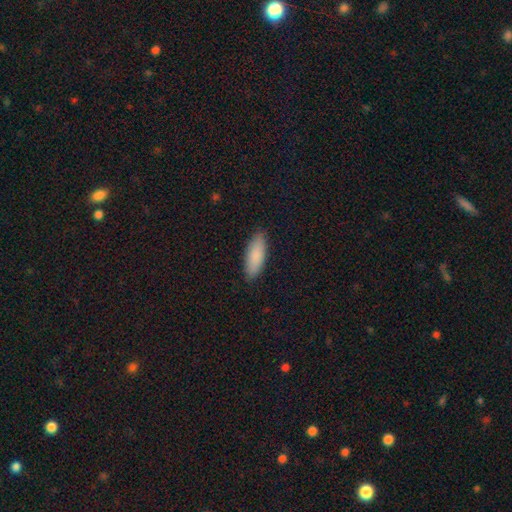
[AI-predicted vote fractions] Morphology: type=smooth (88%); roundness=in between (65%); merging=none (88%).